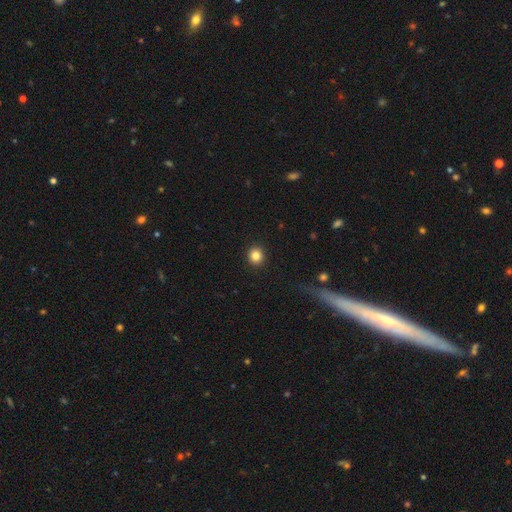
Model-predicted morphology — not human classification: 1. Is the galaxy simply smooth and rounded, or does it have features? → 84% smooth, 11% star or artifact, 5% featured or disk.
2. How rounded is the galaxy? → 92% round, 7% in between, 1% cigar-shaped.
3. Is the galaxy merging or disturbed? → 92% none, 5% minor disturbance, 2% major disturbance, 1% merger.